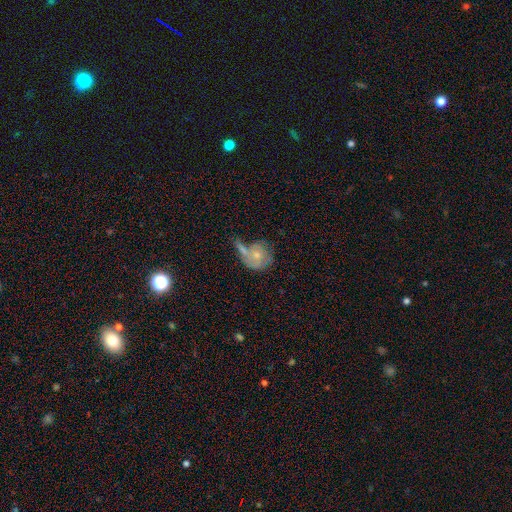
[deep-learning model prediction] smooth_or_featured: smooth (p=0.53) [alt: featured or disk p=0.40]
how_rounded: round (p=0.77) [alt: in between p=0.21]
merging: merger (p=0.33) [alt: none p=0.31]